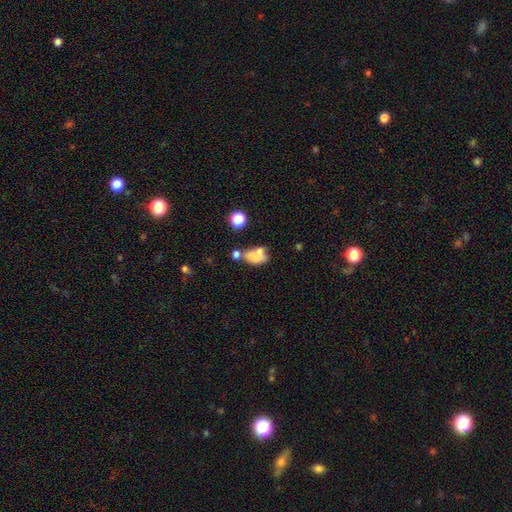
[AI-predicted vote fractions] A smooth galaxy with no disk features (69%) that is in between round and cigar-shaped (84%).

Vote fractions:
- Smooth or featured? smooth: 69% / featured or disk: 19% / star or artifact: 12%
- How rounded? in between: 84% / round: 13% / cigar-shaped: 3%
- Merging? merger: 37% / none: 34% / minor disturbance: 18% / major disturbance: 11%